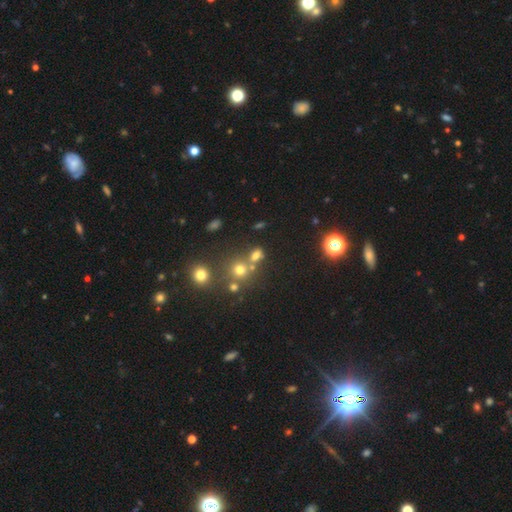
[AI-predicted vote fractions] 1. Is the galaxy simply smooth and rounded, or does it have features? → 66% smooth, 24% star or artifact, 11% featured or disk.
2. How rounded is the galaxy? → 54% round, 44% in between, 2% cigar-shaped.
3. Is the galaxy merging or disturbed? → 56% none, 28% merger, 11% minor disturbance, 5% major disturbance.